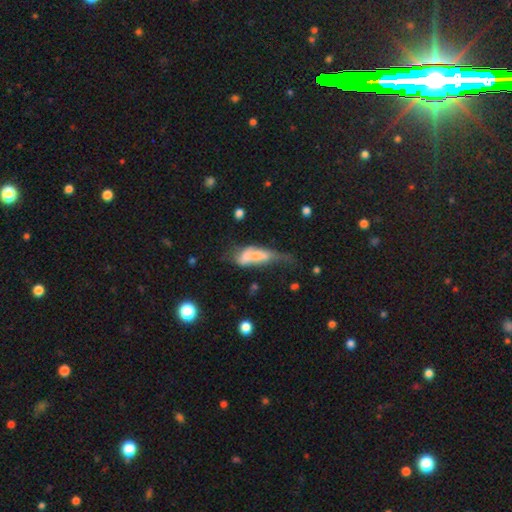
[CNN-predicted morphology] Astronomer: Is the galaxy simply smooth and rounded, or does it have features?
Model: smooth — 49% (runner-up: featured or disk, 40%).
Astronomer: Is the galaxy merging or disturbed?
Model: merger — 36% (runner-up: major disturbance, 30%).